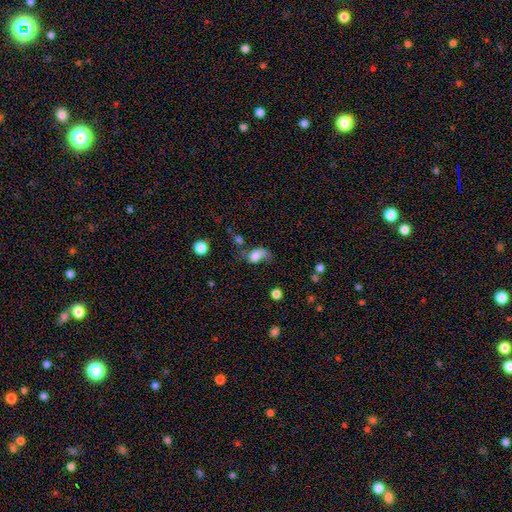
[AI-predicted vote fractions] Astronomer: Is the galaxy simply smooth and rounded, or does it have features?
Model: smooth — 61%.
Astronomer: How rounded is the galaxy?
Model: in between — 78%.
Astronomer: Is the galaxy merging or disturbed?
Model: major disturbance — 36% (runner-up: none, 29%).